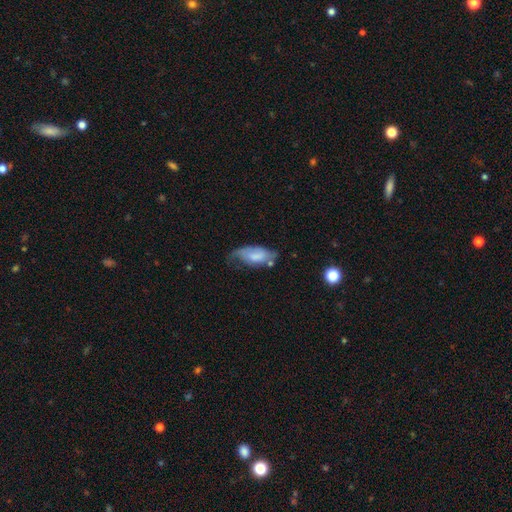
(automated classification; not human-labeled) Smooth or featured?
  - smooth: 57% *
  - featured or disk: 36%
  - star or artifact: 7%
How rounded?
  - in between: 88% *
  - cigar-shaped: 9%
  - round: 3%
Merging?
  - minor disturbance: 35% *
  - none: 33%
  - major disturbance: 25%
  - merger: 6%